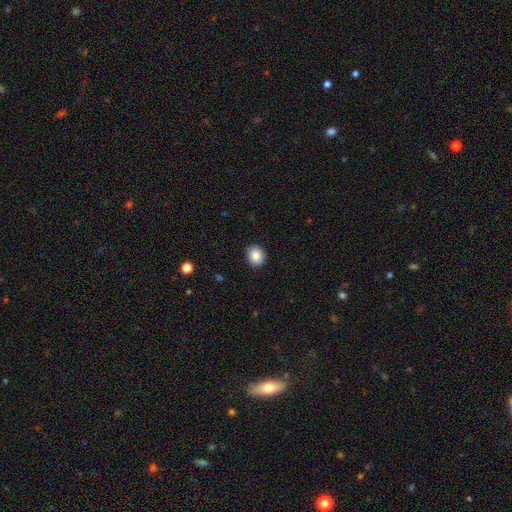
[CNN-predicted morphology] Smooth or featured? smooth (87%)
How rounded? round (77%)
Merging? none (91%)